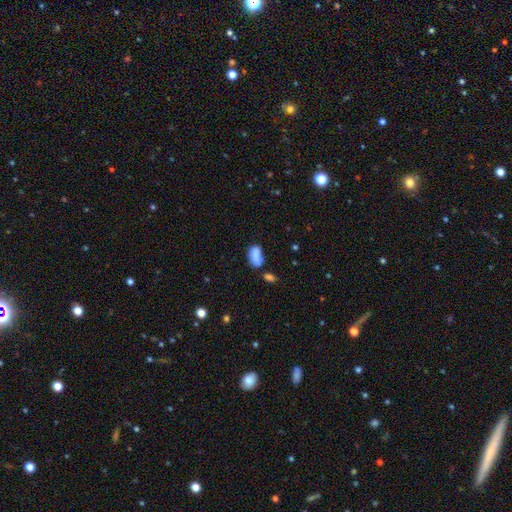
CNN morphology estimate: Smooth or featured? smooth (78%)
How rounded? in between (89%)
Merging? none (41%)